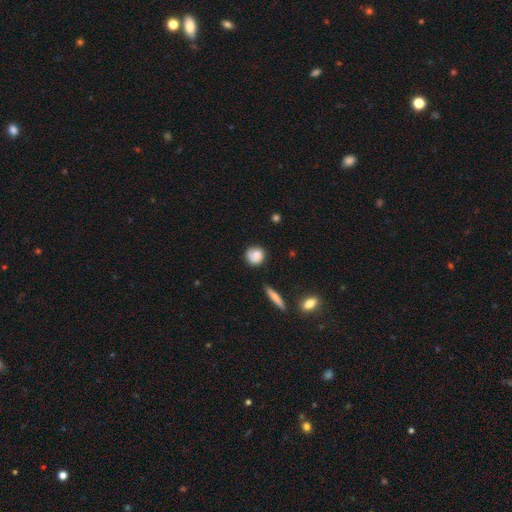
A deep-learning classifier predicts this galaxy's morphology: Smooth or featured: smooth — 75% (featured or disk — 16%)
How rounded: round — 83% (in between — 15%)
Merging: none — 68% (minor disturbance — 22%)